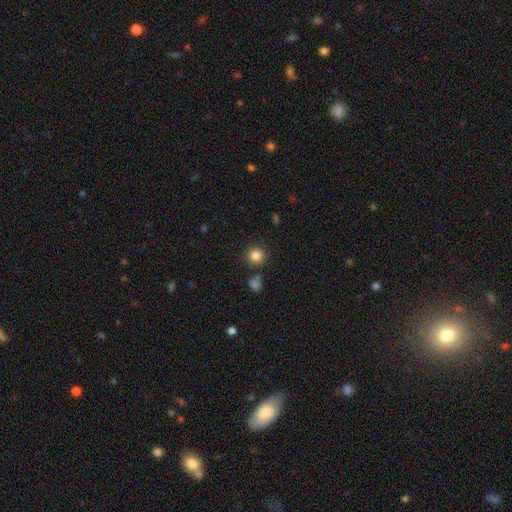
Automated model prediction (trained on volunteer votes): Smooth or featured?
  - smooth: 84% *
  - star or artifact: 11%
  - featured or disk: 4%
How rounded?
  - round: 91% *
  - in between: 8%
  - cigar-shaped: 1%
Merging?
  - none: 82% *
  - minor disturbance: 8%
  - merger: 6%
  - major disturbance: 3%